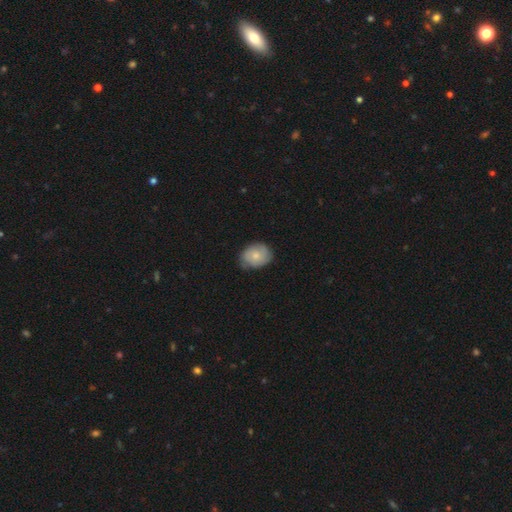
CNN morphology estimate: The model was most divided on "how rounded": in between: 57%, round: 42%, cigar-shaped: 1%. More confident: merging — none (68%); smooth or featured — smooth (65%).